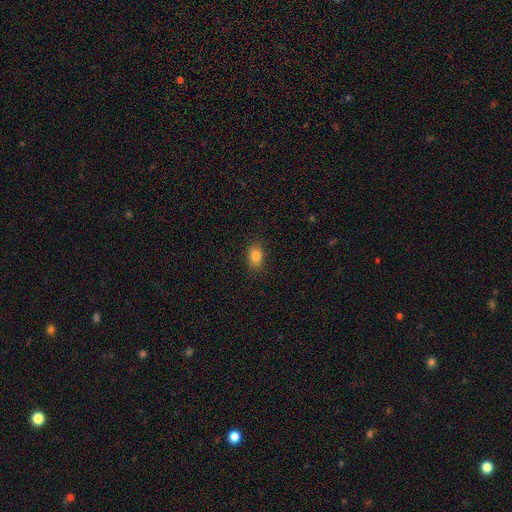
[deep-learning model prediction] A smooth galaxy with no disk features (82%) that is in between round and cigar-shaped (71%). Merging: none (86%).